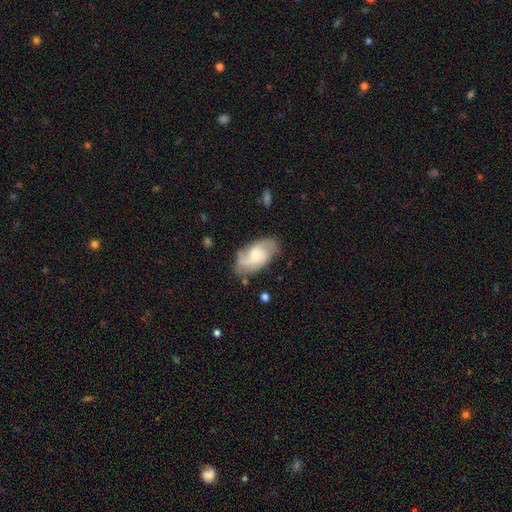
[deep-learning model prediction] Overall: featured or disk (74%). Edge-on disk: no (96%). Bar: no (59%; weak 36%). Spiral arms: yes (94%). Spiral arm count: 2 (49%; 3 27%). Spiral winding: medium (50%; tight 27%). Bulge size: moderate (46%; small 42%). Merging: none (70%).